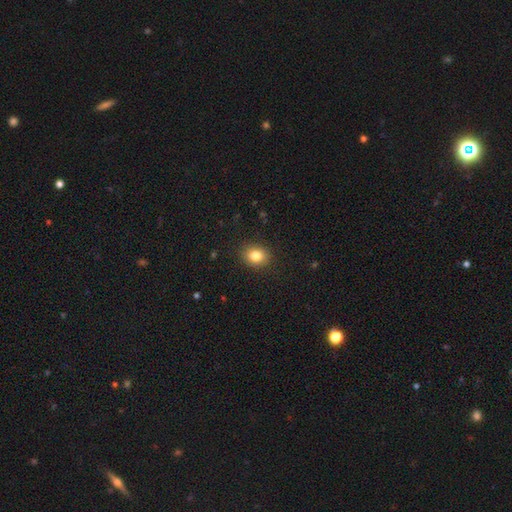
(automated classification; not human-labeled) Smooth or featured?
  - smooth: 82% *
  - star or artifact: 10%
  - featured or disk: 8%
How rounded?
  - round: 56% *
  - in between: 43%
  - cigar-shaped: 1%
Merging?
  - none: 89% *
  - minor disturbance: 7%
  - major disturbance: 2%
  - merger: 1%